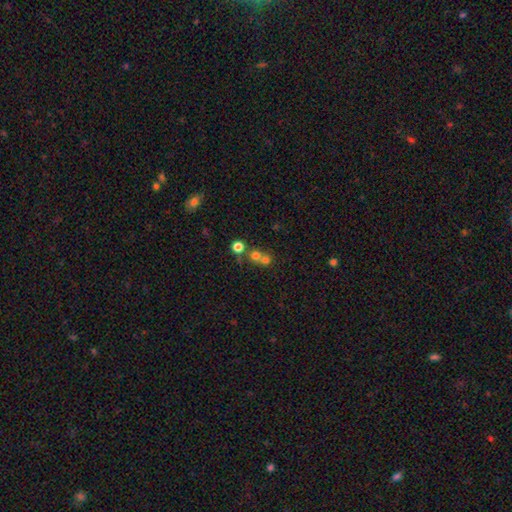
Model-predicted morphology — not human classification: Q: Smooth or featured?
A: smooth (68%); runner-up: star or artifact (19%)
Q: How rounded?
A: round (86%); runner-up: in between (13%)
Q: Merging?
A: merger (49%); runner-up: none (43%)